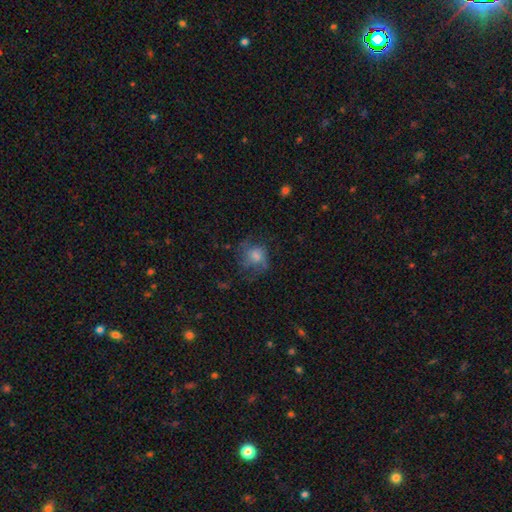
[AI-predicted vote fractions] A smooth galaxy with no disk features (43%). Merging: none (57%).